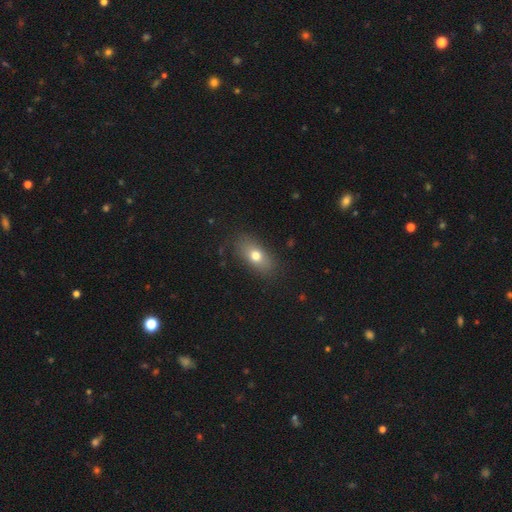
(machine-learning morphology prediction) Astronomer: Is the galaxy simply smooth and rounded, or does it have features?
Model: smooth — 73%.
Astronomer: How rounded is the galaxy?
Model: in between — 81%.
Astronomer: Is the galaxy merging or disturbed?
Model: none — 82%.